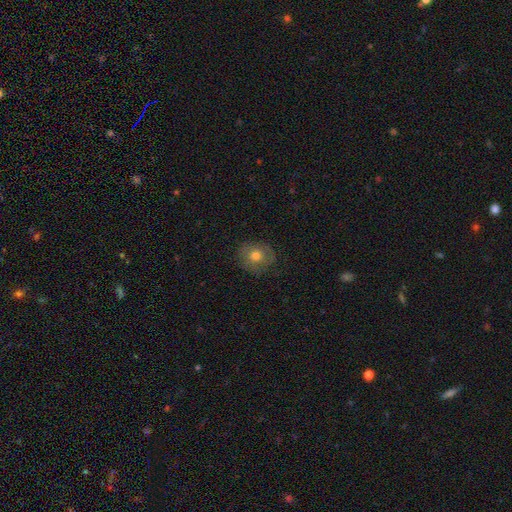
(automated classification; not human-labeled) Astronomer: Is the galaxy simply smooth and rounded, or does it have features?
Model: smooth — 69%.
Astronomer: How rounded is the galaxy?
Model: round — 77%.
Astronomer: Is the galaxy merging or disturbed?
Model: none — 80%.